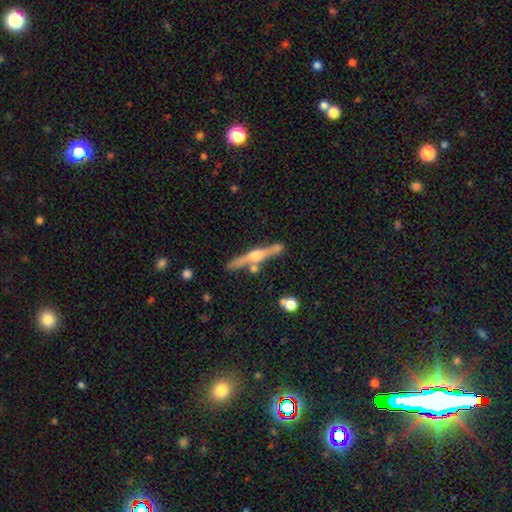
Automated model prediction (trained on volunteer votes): A featured or disk galaxy (75%) viewed edge-on (97%) with a rounded central bulge (93%). Merging: none (78%).